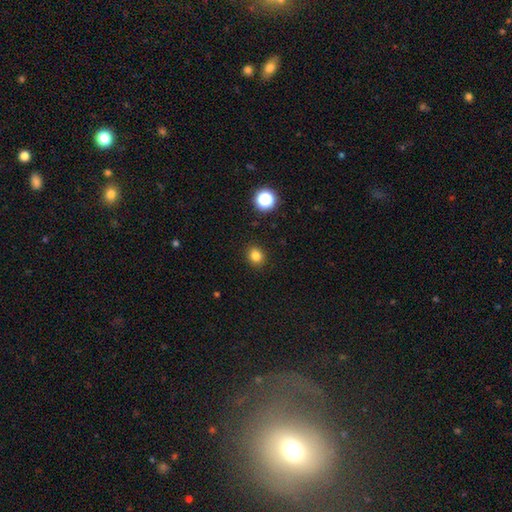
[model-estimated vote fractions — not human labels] A smooth galaxy with no disk features (81%) that is round (75%).

Vote fractions:
- Smooth or featured? smooth: 81% / star or artifact: 14% / featured or disk: 5%
- How rounded? round: 75% / in between: 25% / cigar-shaped: 1%
- Merging? none: 91% / minor disturbance: 6% / major disturbance: 2% / merger: 1%